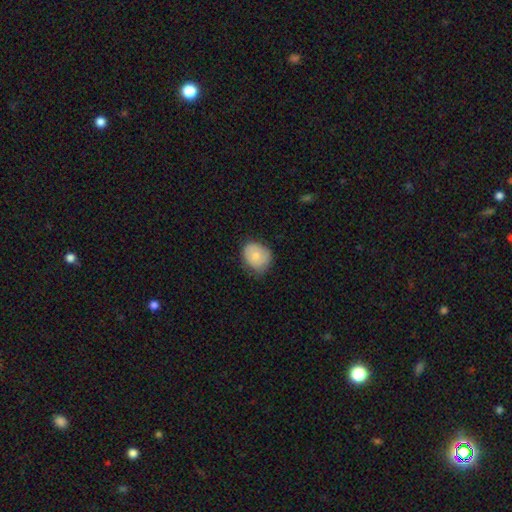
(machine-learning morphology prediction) This appears to be a smooth galaxy with no disk features (75%) that is round (57%). Merging: none (62%).